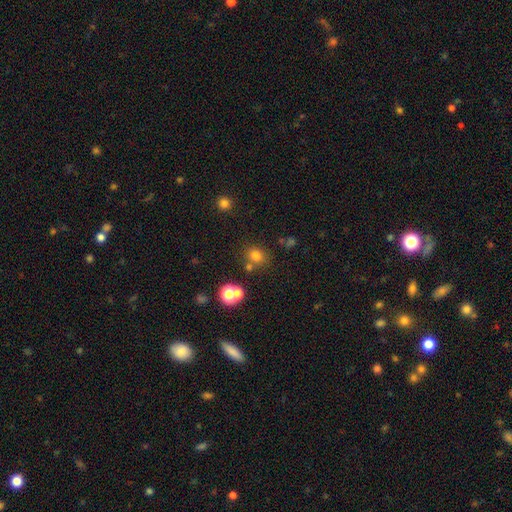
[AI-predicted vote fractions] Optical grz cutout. It shows a smooth galaxy with no disk features (74%) that is round (71%). Merging: none (71%).